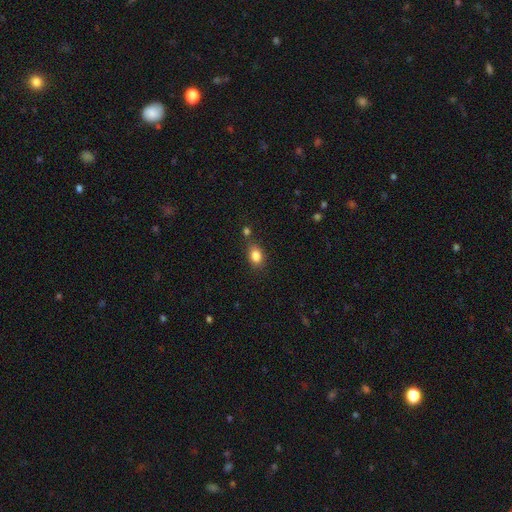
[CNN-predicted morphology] The model was most divided on "how rounded": in between: 72%, round: 26%, cigar-shaped: 2%. More confident: smooth or featured — smooth (84%); merging — none (71%).